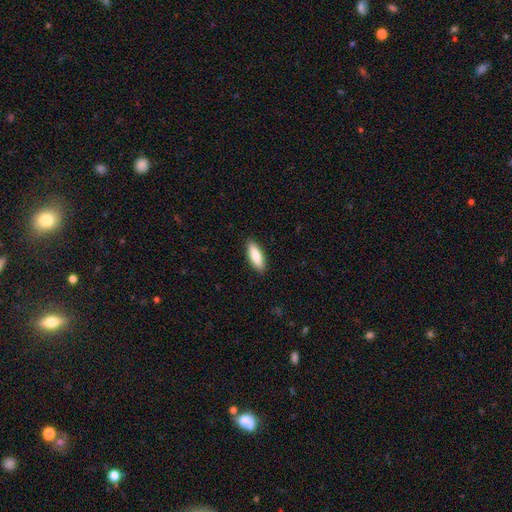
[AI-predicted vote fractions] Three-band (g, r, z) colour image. It shows a smooth galaxy with no disk features (83%) that is in between round and cigar-shaped (60%). Merging: none (90%).